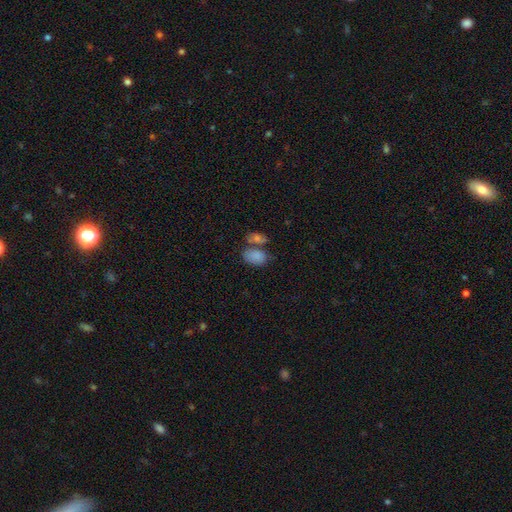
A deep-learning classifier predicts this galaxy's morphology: A smooth galaxy with no disk features (83%) that is in between round and cigar-shaped (87%). Merging: none (40%).